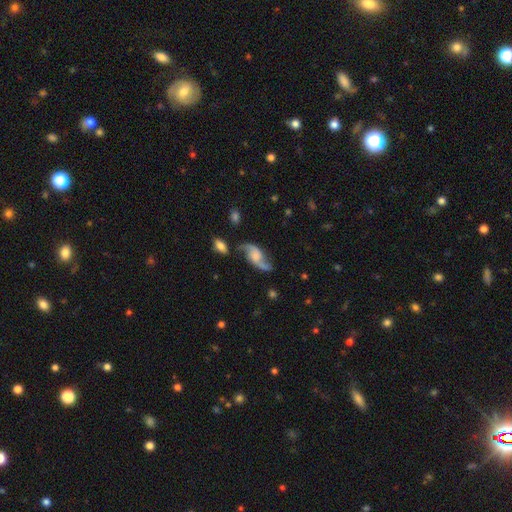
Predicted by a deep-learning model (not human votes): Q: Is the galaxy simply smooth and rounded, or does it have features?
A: featured or disk — 82%.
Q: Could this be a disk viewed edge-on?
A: no — 95%.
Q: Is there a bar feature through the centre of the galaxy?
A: no — 58%.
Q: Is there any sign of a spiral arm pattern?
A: yes — 95%.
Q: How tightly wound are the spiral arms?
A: loose — 78%.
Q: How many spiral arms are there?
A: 2 — 93%.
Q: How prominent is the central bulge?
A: none — 43%.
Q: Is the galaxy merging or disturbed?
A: none — 67%.